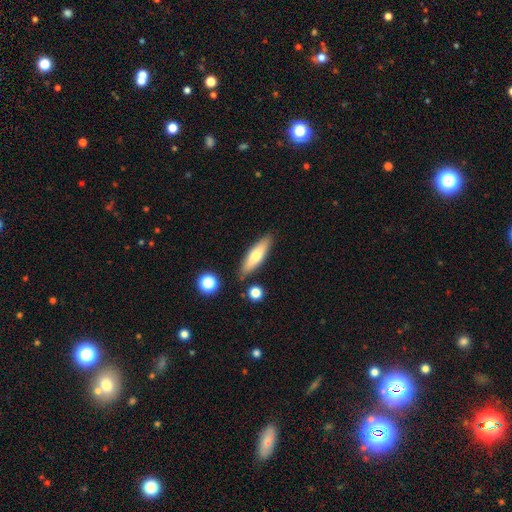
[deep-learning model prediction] Smooth or featured: smooth — 60% (featured or disk — 33%)
How rounded: cigar-shaped — 63% (in between — 35%)
Merging: none — 84% (minor disturbance — 10%)